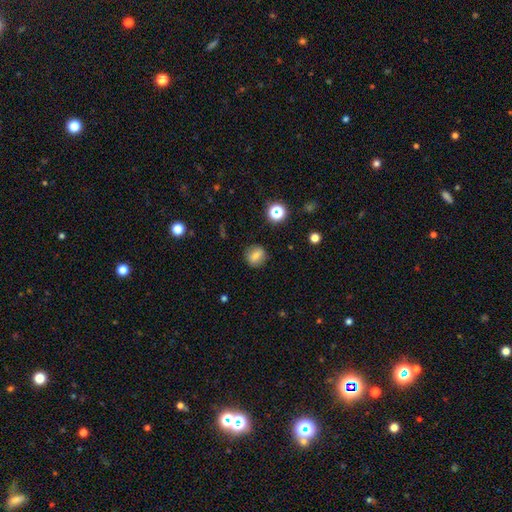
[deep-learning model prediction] This appears to be a smooth galaxy with no disk features (75%) that is round (79%). Merging: none (86%).